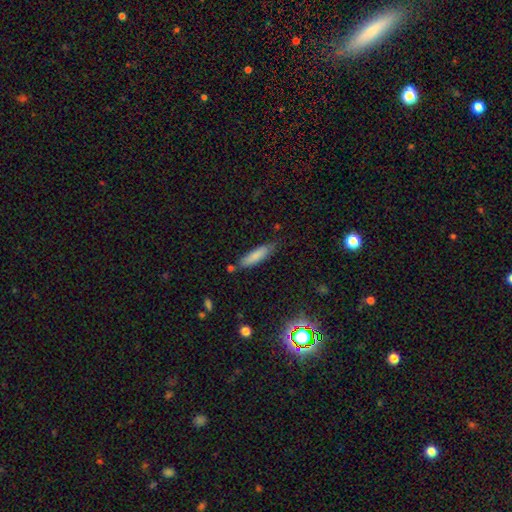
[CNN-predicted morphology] smooth-or-featured: smooth: 81% | featured or disk: 12% | star or artifact: 7%
  how-rounded: cigar-shaped: 71% | in between: 27% | round: 1%
  merging: none: 75% | minor disturbance: 17% | merger: 4% | major disturbance: 3%